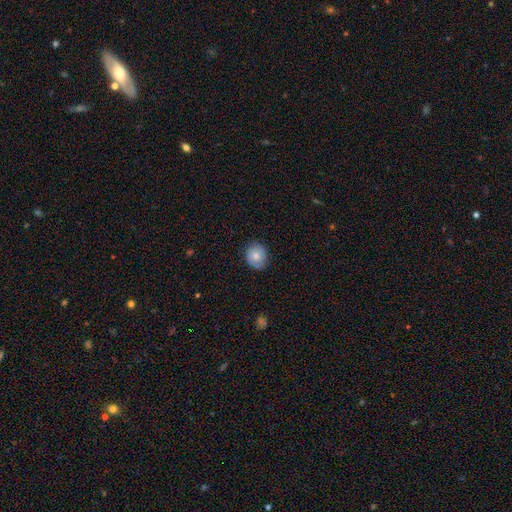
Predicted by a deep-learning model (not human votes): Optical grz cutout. It shows a smooth galaxy with no disk features (77%) that is round (76%). Merging: none (80%).